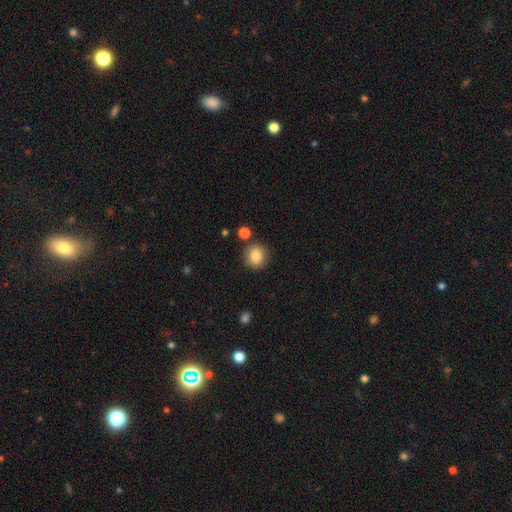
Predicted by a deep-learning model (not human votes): A smooth galaxy with no disk features (85%) that is round (87%).

Vote fractions:
- Smooth or featured? smooth: 85% / star or artifact: 9% / featured or disk: 6%
- How rounded? round: 87% / in between: 12% / cigar-shaped: 1%
- Merging? none: 84% / minor disturbance: 9% / merger: 5% / major disturbance: 3%